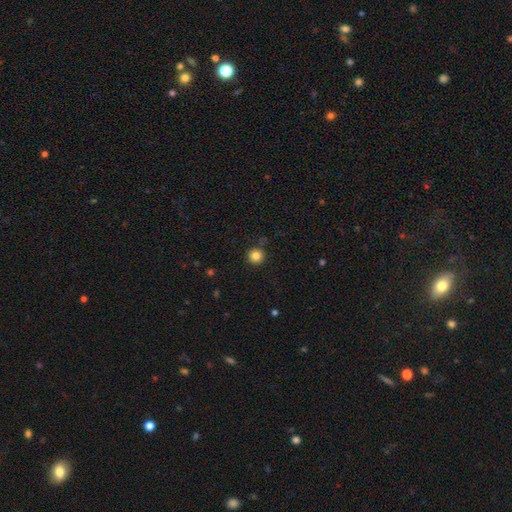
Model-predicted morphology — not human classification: smooth 83%, star or artifact 12%, featured or disk 5%. Down the decision tree: how rounded — round (95%); merging — none (88%).